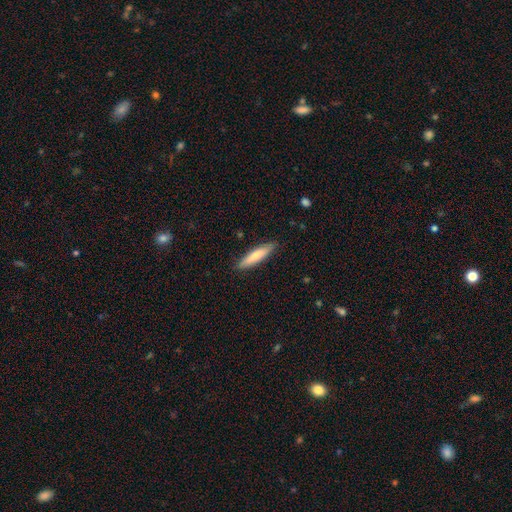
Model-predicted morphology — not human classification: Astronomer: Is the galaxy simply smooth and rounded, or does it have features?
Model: smooth — 72%.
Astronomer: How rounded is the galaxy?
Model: cigar-shaped — 84%.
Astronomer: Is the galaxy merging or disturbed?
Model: none — 89%.